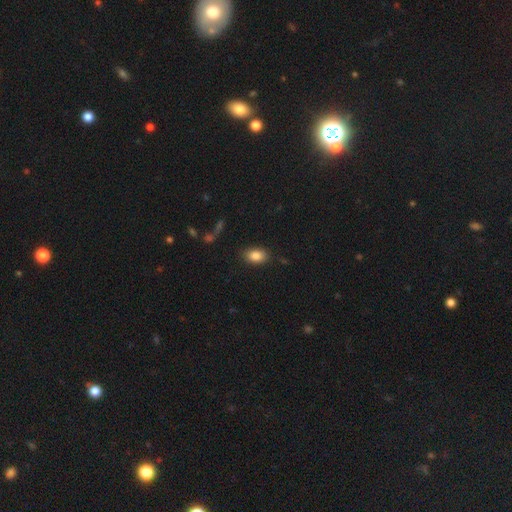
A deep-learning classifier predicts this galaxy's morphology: smooth-or-featured: smooth: 86% | star or artifact: 8% | featured or disk: 6%
  how-rounded: in between: 87% | round: 12% | cigar-shaped: 2%
  merging: none: 84% | minor disturbance: 11% | major disturbance: 3% | merger: 2%